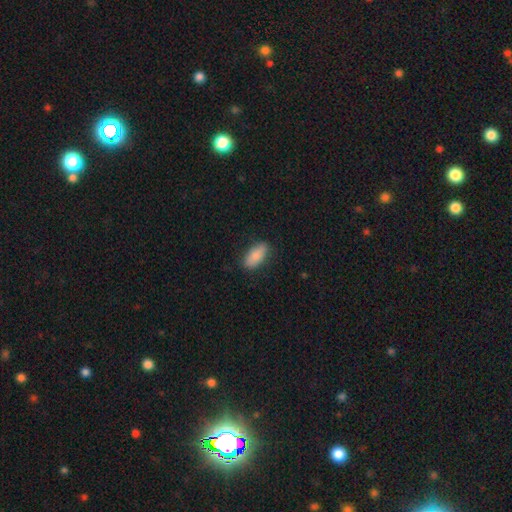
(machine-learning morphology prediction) The model was most divided on "merging": none: 85%, minor disturbance: 11%, major disturbance: 2%, merger: 1%. More confident: how rounded — in between (86%); smooth or featured — smooth (84%).